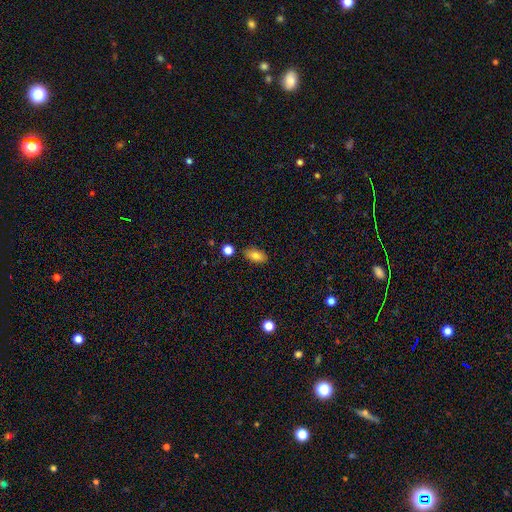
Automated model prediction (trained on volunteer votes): The model was most divided on "smooth or featured": smooth: 79%, featured or disk: 12%, star or artifact: 9%. More confident: how rounded — in between (88%); merging — none (85%).